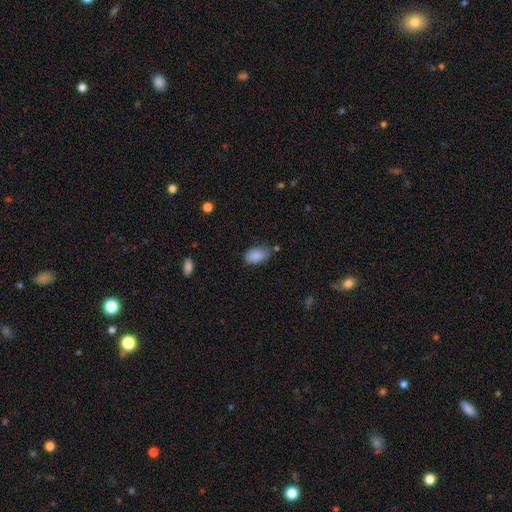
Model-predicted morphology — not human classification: This is clearly a smooth galaxy (86%). How rounded: clearly in between (93%). Merging: likely none (65%).